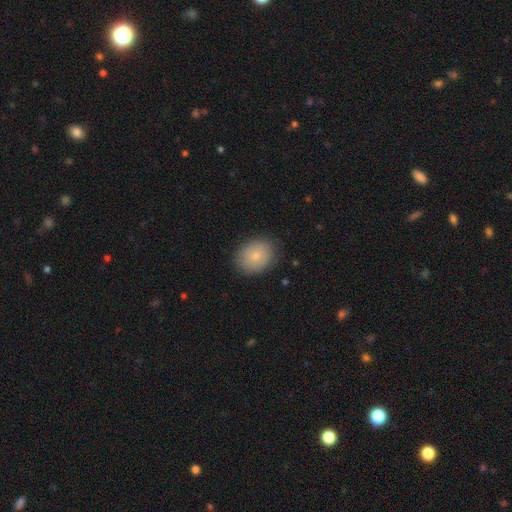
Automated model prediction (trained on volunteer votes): Morphology: type=smooth (80%); roundness=in between (52%); merging=none (84%).